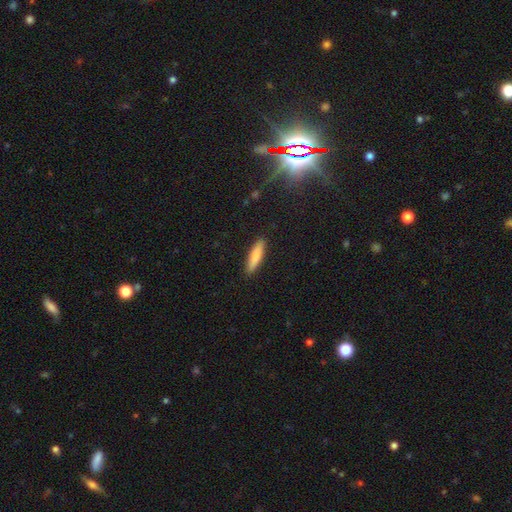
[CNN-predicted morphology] Smooth or featured? smooth (81%)
How rounded? cigar-shaped (81%)
Merging? none (90%)